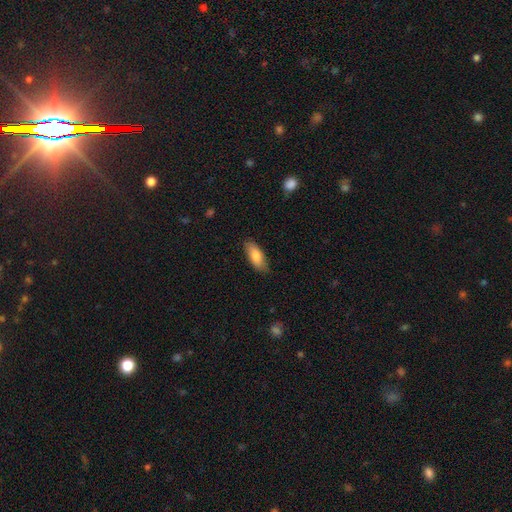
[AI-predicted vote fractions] Smooth or featured? smooth (80%)
How rounded? in between (77%)
Merging? none (81%)